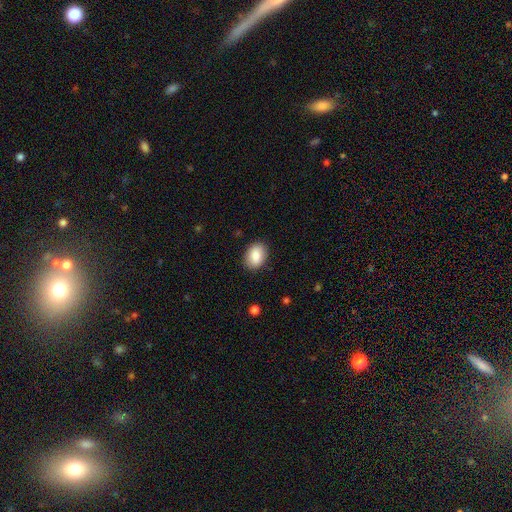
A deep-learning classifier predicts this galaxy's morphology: Overall: smooth (87%). How rounded: in between (76%). Merging: none (88%).